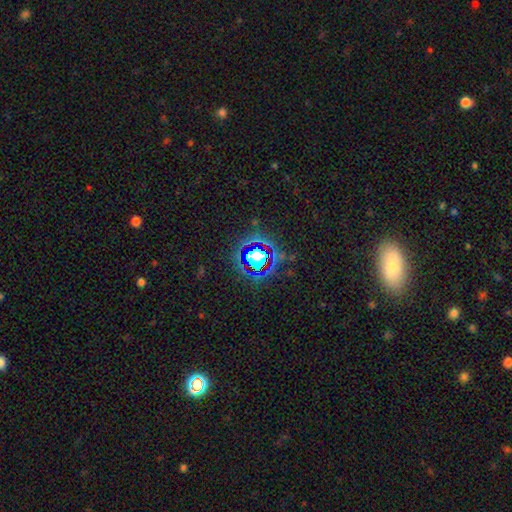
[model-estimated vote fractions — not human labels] star or artifact 67%, smooth 21%, featured or disk 12%.